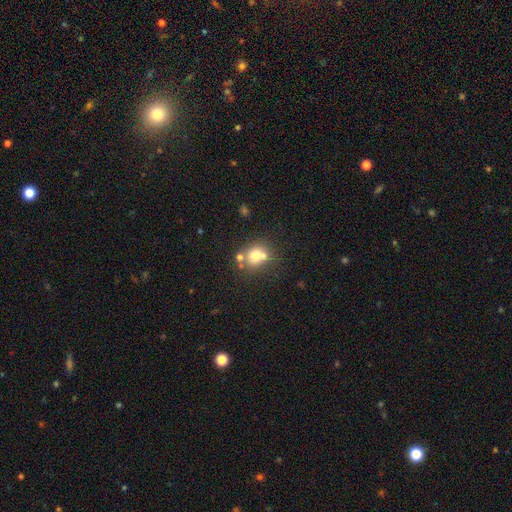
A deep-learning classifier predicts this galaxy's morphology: smooth_or_featured: smooth (p=0.68) [alt: featured or disk p=0.18]
how_rounded: round (p=0.76) [alt: in between p=0.24]
merging: none (p=0.48) [alt: merger p=0.37]